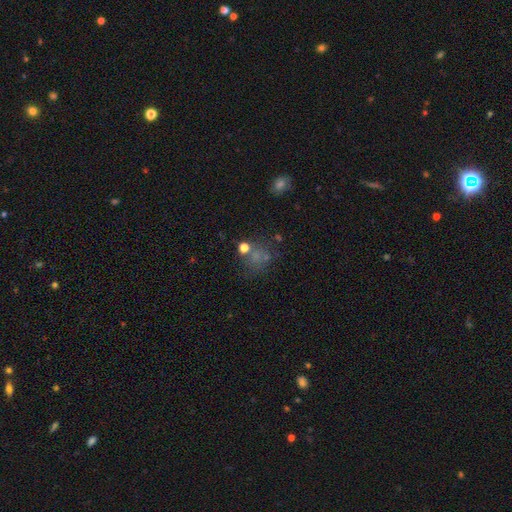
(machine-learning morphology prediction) A smooth galaxy with no disk features (48%). Merging: none (52%).